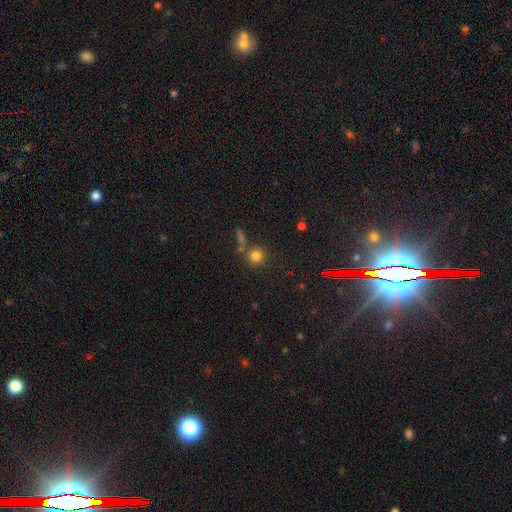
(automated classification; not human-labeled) smooth-or-featured: smooth: 78% | star or artifact: 14% | featured or disk: 8%
  how-rounded: round: 90% | in between: 8% | cigar-shaped: 2%
  merging: none: 70% | merger: 17% | minor disturbance: 9% | major disturbance: 4%